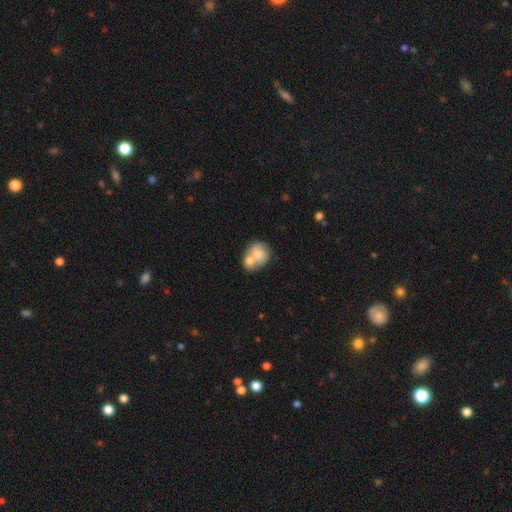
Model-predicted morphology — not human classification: smooth-or-featured: smooth: 66% | featured or disk: 27% | star or artifact: 6%
  how-rounded: round: 64% | in between: 35% | cigar-shaped: 1%
  merging: merger: 68% | none: 20% | minor disturbance: 8% | major disturbance: 4%